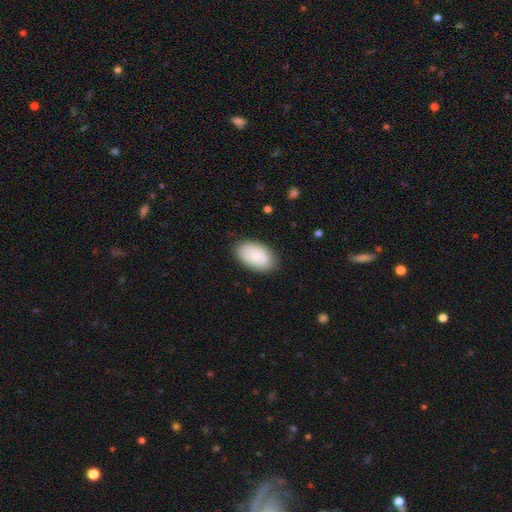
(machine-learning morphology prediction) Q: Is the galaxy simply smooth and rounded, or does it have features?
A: smooth — 78%.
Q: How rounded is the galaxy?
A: in between — 94%.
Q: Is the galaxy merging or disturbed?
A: none — 83%.